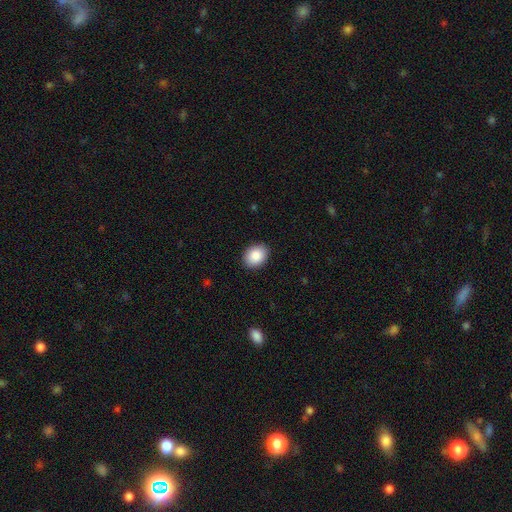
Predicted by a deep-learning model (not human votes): A smooth galaxy with no disk features (88%) that is in between round and cigar-shaped (64%). Merging: none (90%).